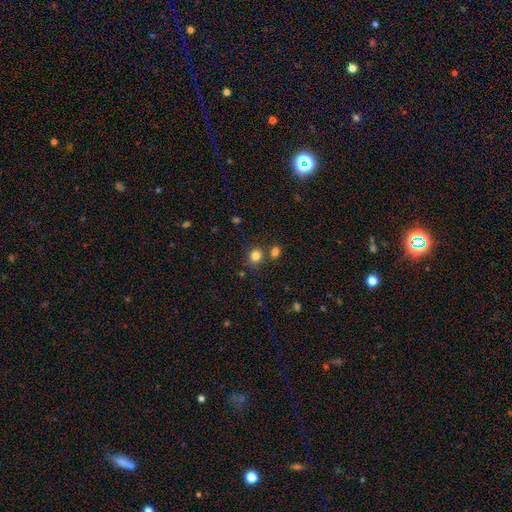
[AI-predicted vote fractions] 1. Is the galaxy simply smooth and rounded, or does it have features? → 81% smooth, 13% star or artifact, 6% featured or disk.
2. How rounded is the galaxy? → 78% round, 21% in between, 1% cigar-shaped.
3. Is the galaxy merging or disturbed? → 73% none, 15% merger, 10% minor disturbance, 3% major disturbance.